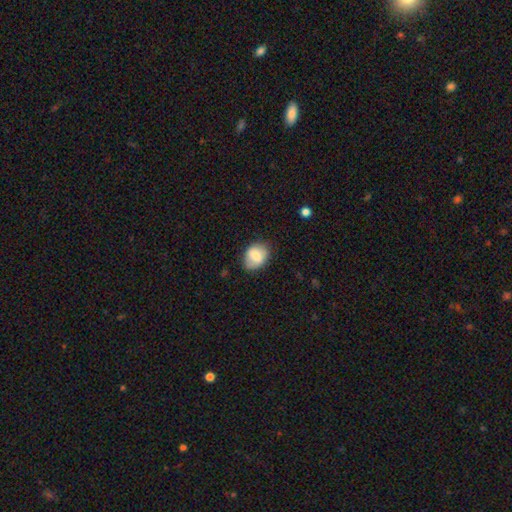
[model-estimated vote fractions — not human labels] Smooth or featured: smooth — 73% (featured or disk — 20%)
How rounded: in between — 62% (round — 37%)
Merging: none — 74% (minor disturbance — 20%)